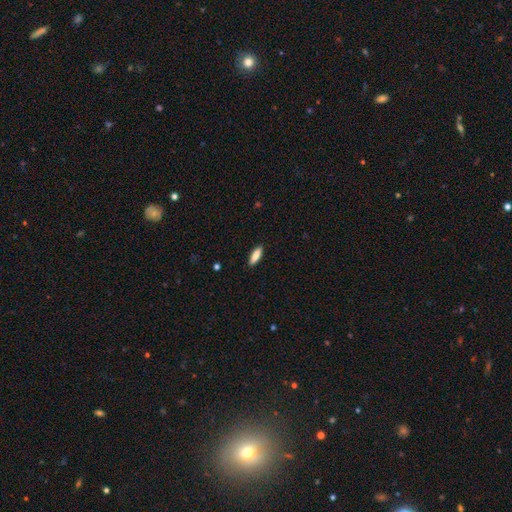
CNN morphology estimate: Q: Smooth or featured?
A: smooth (84%); runner-up: featured or disk (11%)
Q: How rounded?
A: in between (51%); runner-up: cigar-shaped (47%)
Q: Merging?
A: none (90%); runner-up: minor disturbance (8%)